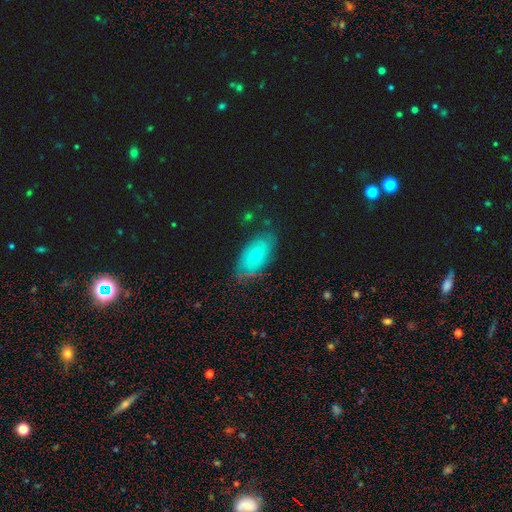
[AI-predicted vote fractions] Smooth or featured? Predicted: smooth (p=0.49). Merging? Predicted: none (p=0.69).